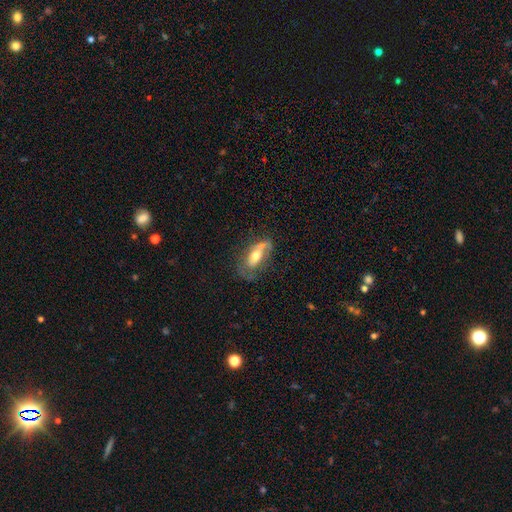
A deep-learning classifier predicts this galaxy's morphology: Smooth or featured? Predicted: featured or disk (p=0.50). Edge-on disk? Predicted: no (p=0.79). Merging? Predicted: none (p=0.44).